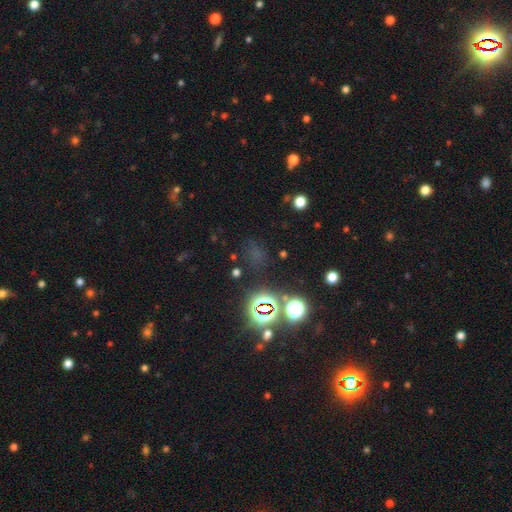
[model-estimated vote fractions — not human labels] Smooth or featured?
  - star or artifact: 69% *
  - smooth: 23%
  - featured or disk: 8%